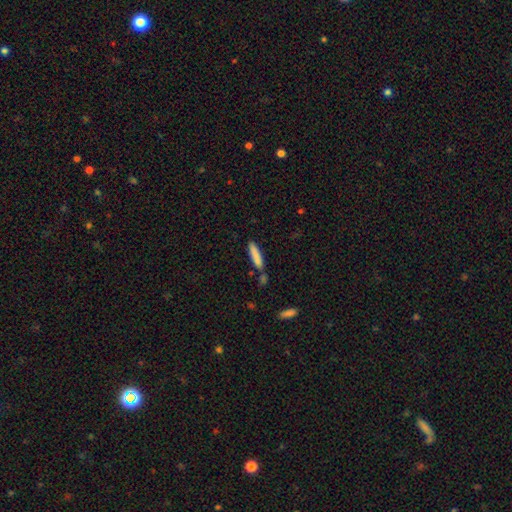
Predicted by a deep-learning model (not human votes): smooth_or_featured: smooth (p=0.83) [alt: featured or disk p=0.10]
how_rounded: cigar-shaped (p=0.86) [alt: in between p=0.13]
merging: none (p=0.76) [alt: minor disturbance p=0.11]